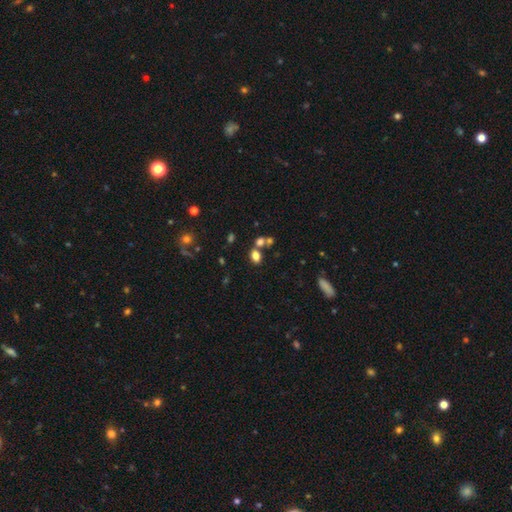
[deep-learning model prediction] The model was most divided on "merging": none: 60%, merger: 25%, minor disturbance: 11%, major disturbance: 4%. More confident: smooth or featured — smooth (76%); how rounded — in between (69%).